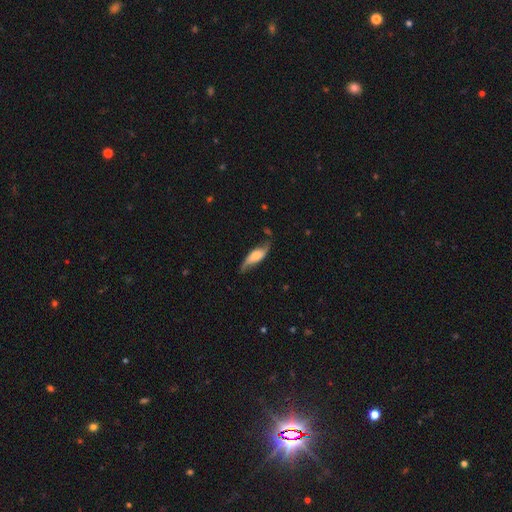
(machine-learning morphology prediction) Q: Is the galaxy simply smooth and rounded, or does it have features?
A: featured or disk — 64%.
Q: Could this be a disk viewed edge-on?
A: no — 73%.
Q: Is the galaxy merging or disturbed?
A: none — 65%.